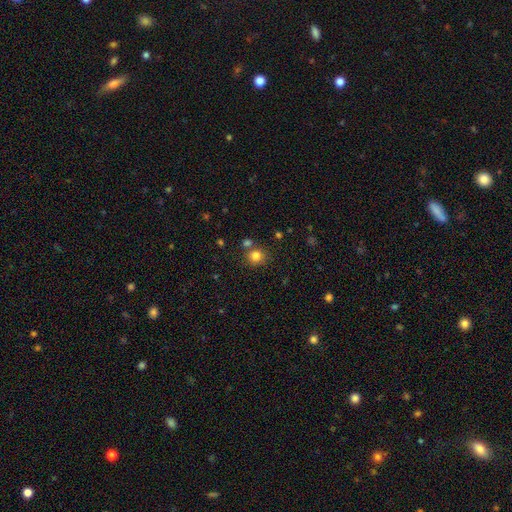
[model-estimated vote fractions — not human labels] smooth-or-featured: smooth: 81% | star or artifact: 13% | featured or disk: 6%
  how-rounded: round: 88% | in between: 11% | cigar-shaped: 1%
  merging: none: 73% | merger: 15% | minor disturbance: 9% | major disturbance: 3%